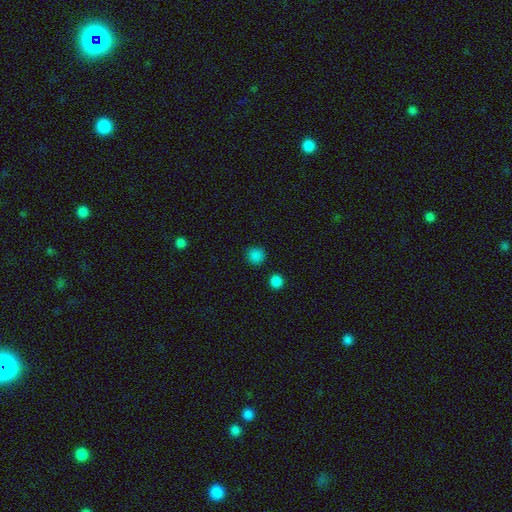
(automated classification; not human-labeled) Morphology: type=smooth (84%); roundness=round (93%); merging=none (88%).